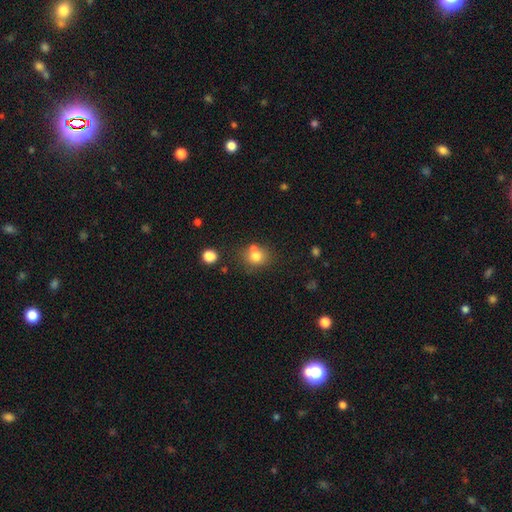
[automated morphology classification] Smooth or featured? Predicted: smooth (p=0.77). How rounded? Predicted: round (p=0.77). Merging? Predicted: none (p=0.61).